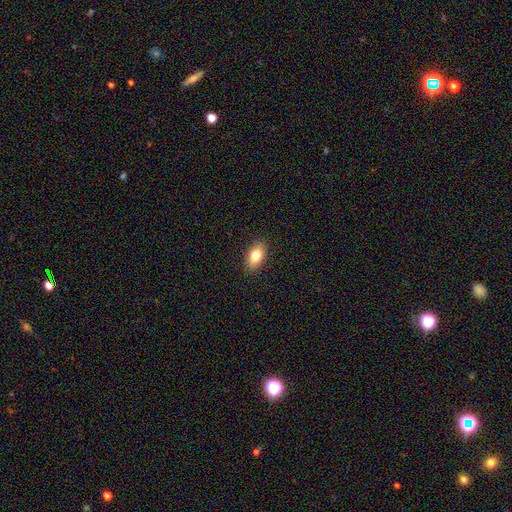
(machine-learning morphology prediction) type=smooth (78%); roundness=in between (87%); merging=none (89%).